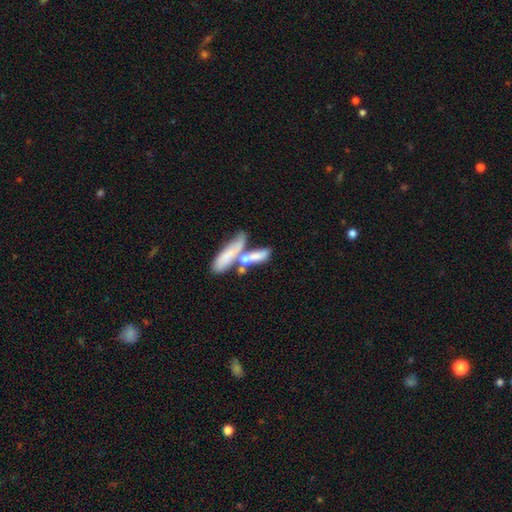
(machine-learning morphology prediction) type=smooth (67%); roundness=cigar-shaped (58%); merging=merger (50%).